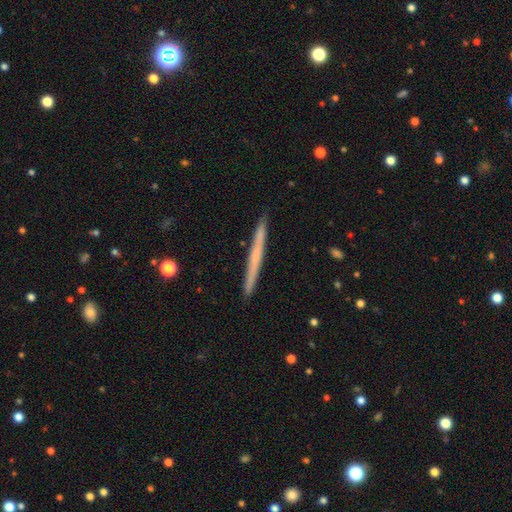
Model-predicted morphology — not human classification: Smooth or featured? Predicted: smooth (p=0.50). Merging? Predicted: none (p=0.91).